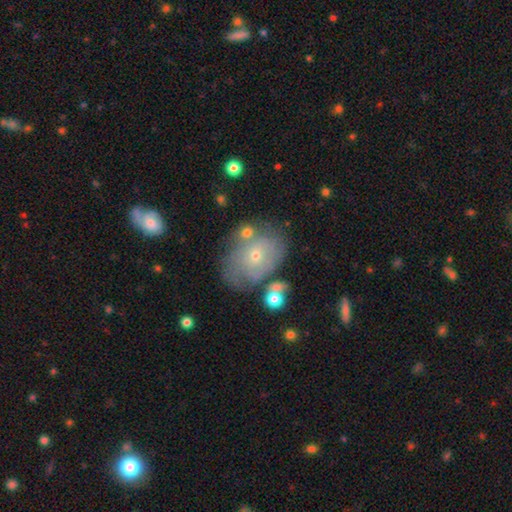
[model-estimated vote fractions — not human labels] The model was most divided on "smooth or featured": featured or disk: 60%, smooth: 29%, star or artifact: 10%. More confident: edge-on disk — no (95%); bar — no (82%); bulge size — small (72%); spiral arms — yes (67%); merging — none (56%).